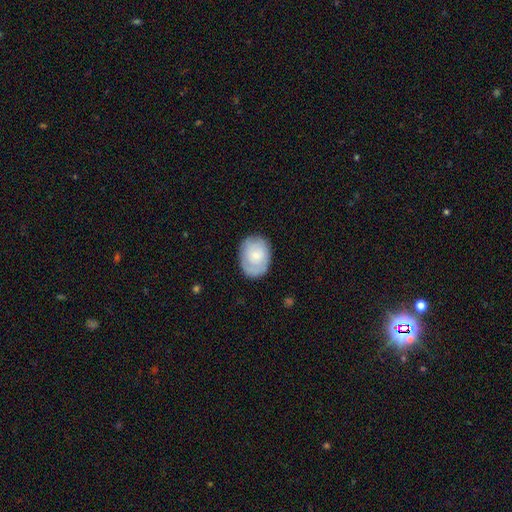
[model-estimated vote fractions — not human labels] This appears to be a smooth galaxy with no disk features (60%) that is in between round and cigar-shaped (71%). Merging: none (78%).